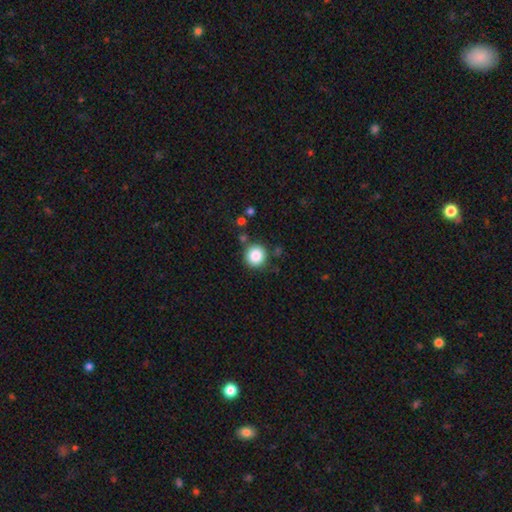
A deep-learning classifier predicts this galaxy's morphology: Smooth or featured? smooth (86%)
How rounded? round (93%)
Merging? none (83%)